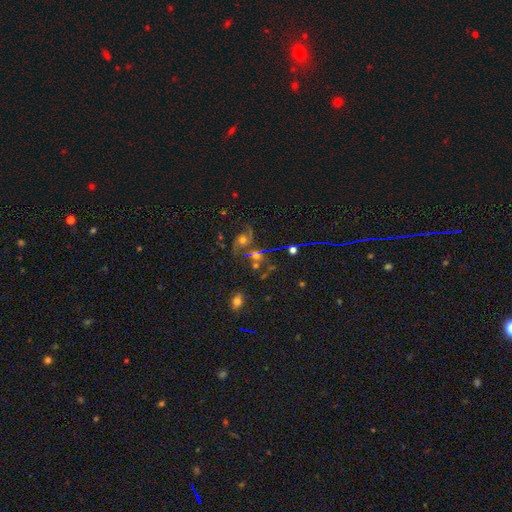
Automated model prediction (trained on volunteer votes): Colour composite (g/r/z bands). It shows a featured or disk galaxy (42%). Merging: none (48%).